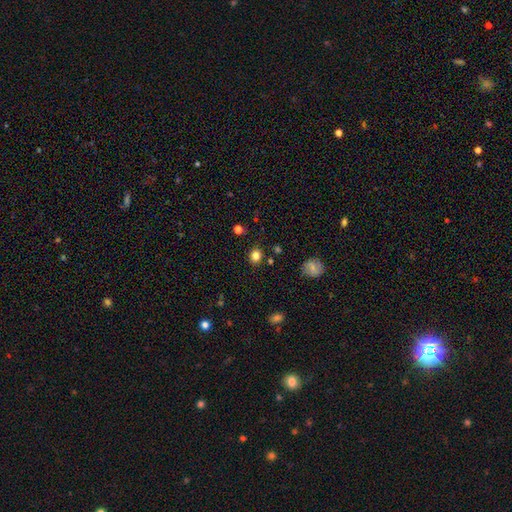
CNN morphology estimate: Q: Smooth or featured?
A: smooth (82%); runner-up: star or artifact (12%)
Q: How rounded?
A: round (72%); runner-up: in between (27%)
Q: Merging?
A: none (87%); runner-up: minor disturbance (9%)